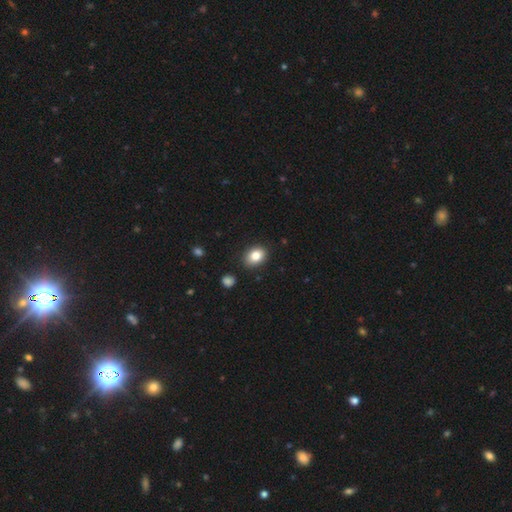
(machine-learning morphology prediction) Q: Smooth or featured?
A: smooth (83%); runner-up: star or artifact (9%)
Q: How rounded?
A: in between (67%); runner-up: round (32%)
Q: Merging?
A: none (87%); runner-up: minor disturbance (9%)